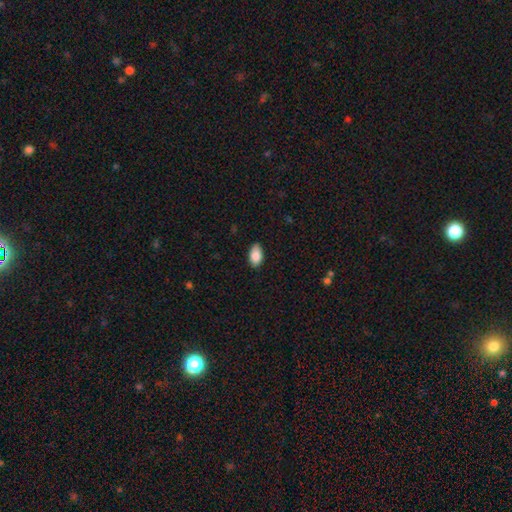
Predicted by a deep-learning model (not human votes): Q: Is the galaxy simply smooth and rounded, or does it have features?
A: smooth — 88%.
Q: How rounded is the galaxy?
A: in between — 94%.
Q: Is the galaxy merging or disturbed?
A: none — 83%.